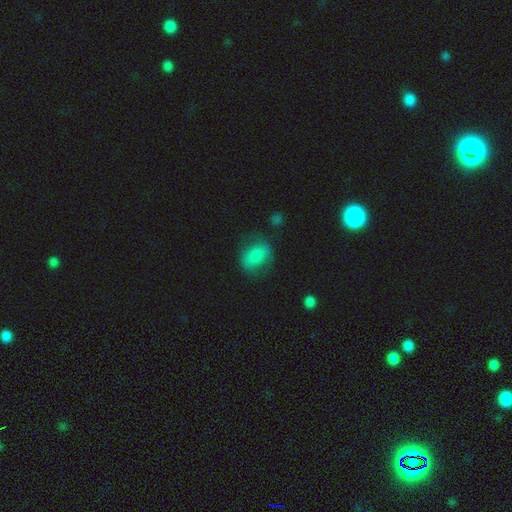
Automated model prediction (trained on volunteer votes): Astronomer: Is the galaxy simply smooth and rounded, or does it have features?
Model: smooth — 75%.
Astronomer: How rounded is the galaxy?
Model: in between — 60% (runner-up: round, 39%).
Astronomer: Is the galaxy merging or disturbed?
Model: none — 62%.